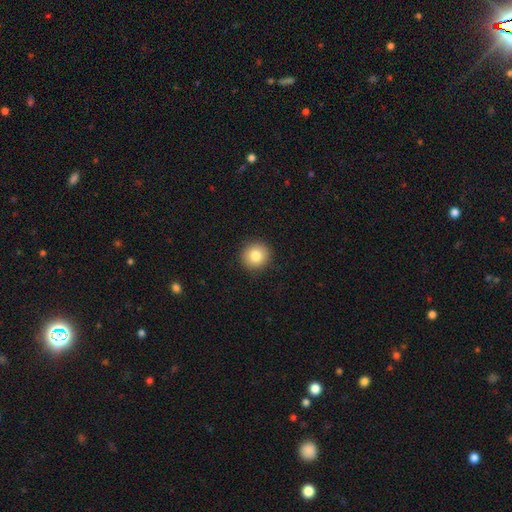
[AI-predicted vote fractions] Smooth or featured? Predicted: smooth (p=0.82). How rounded? Predicted: round (p=0.92). Merging? Predicted: none (p=0.92).